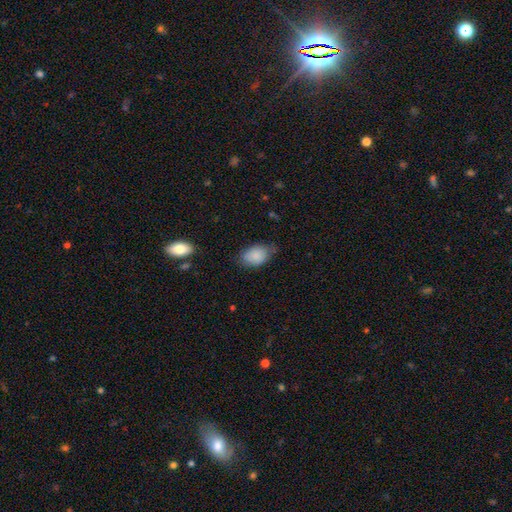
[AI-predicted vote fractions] smooth-or-featured: smooth: 86% | star or artifact: 7% | featured or disk: 7%
  how-rounded: in between: 86% | round: 13% | cigar-shaped: 1%
  merging: none: 63% | minor disturbance: 29% | major disturbance: 6% | merger: 2%